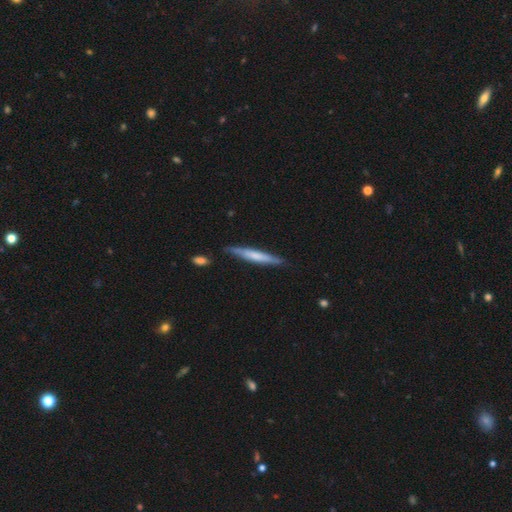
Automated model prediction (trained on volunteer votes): Q: Smooth or featured?
A: smooth (53%); runner-up: featured or disk (41%)
Q: How rounded?
A: cigar-shaped (94%); runner-up: in between (5%)
Q: Merging?
A: none (80%); runner-up: minor disturbance (15%)